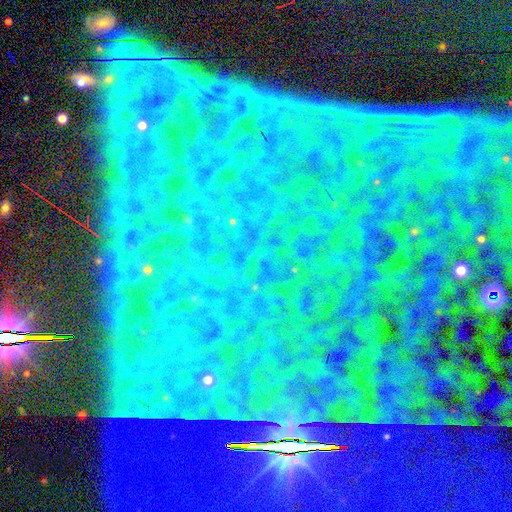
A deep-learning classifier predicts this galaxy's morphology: Smooth or featured?
  - star or artifact: 86% *
  - featured or disk: 8%
  - smooth: 6%